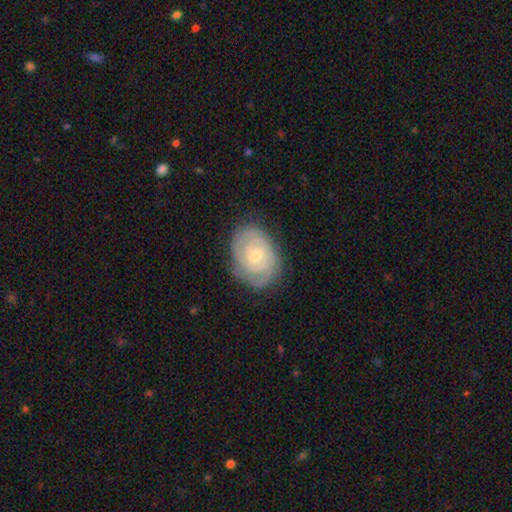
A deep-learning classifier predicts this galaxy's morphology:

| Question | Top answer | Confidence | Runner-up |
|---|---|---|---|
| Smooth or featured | featured or disk | 75% | smooth (19%) |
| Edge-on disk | no | 97% | yes (3%) |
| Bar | no | 62% | weak (33%) |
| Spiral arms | yes | 88% | no (12%) |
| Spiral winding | tight | 74% | medium (21%) |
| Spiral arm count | can't tell | 38% | tied: 2 (38%) |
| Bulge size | small | 56% | moderate (40%) |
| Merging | none | 75% | minor disturbance (18%) |